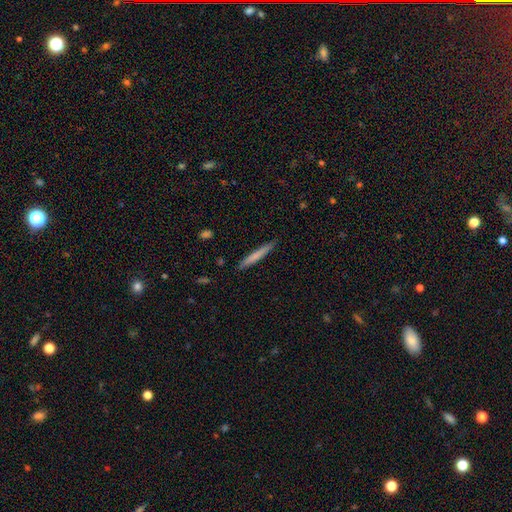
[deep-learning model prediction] Q: Smooth or featured?
A: smooth (70%); runner-up: featured or disk (25%)
Q: How rounded?
A: cigar-shaped (96%); runner-up: in between (3%)
Q: Merging?
A: none (89%); runner-up: minor disturbance (8%)